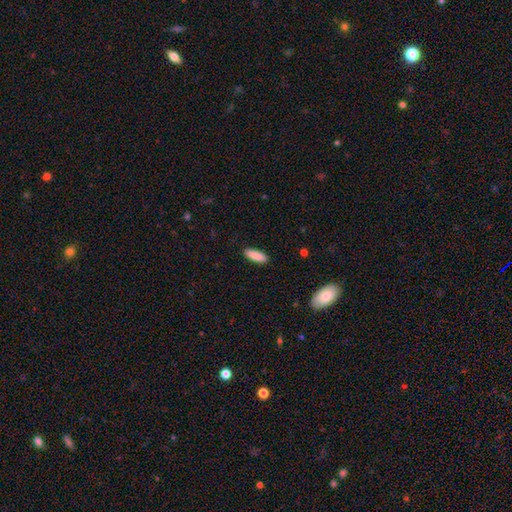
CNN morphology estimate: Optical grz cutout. It shows a smooth galaxy with no disk features (89%) that is in between round and cigar-shaped (56%). Merging: none (89%).